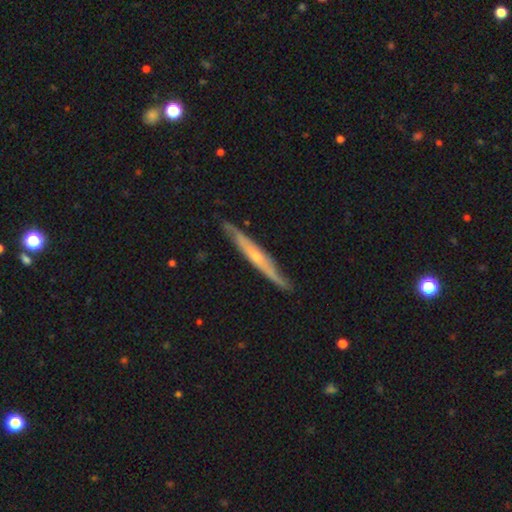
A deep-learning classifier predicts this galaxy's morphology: Overall: featured or disk (67%; smooth 28%). Edge-on disk: yes (86%). Edge-on bulge: rounded (58%; none 37%). Merging: none (80%).